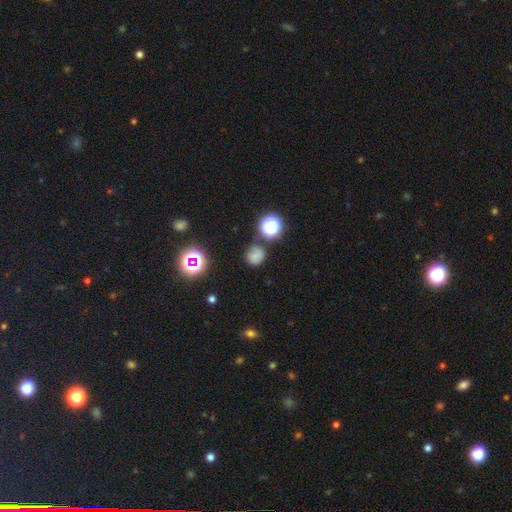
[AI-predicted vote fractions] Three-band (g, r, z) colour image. It shows a smooth galaxy with no disk features (68%) that is round (87%). Merging: none (71%).